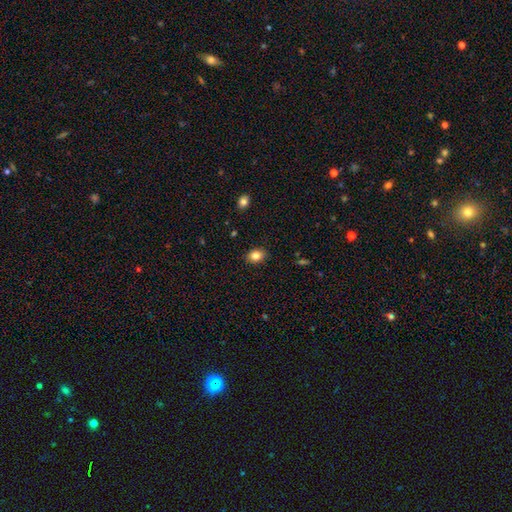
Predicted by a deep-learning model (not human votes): This is clearly a smooth galaxy (84%). How rounded: likely in between (67%). Merging: clearly none (87%).